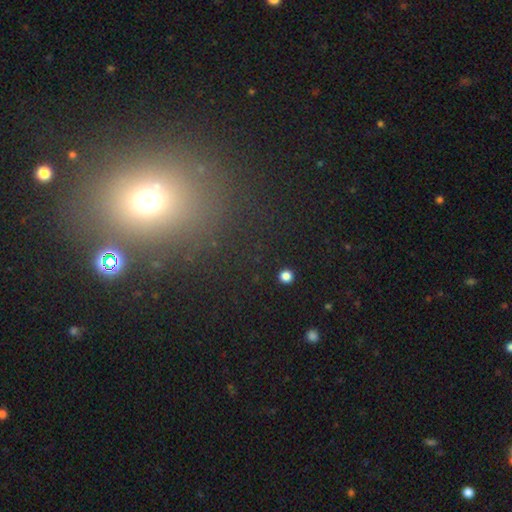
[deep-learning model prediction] Smooth or featured? smooth (53%)
How rounded? round (63%)
Merging? none (80%)